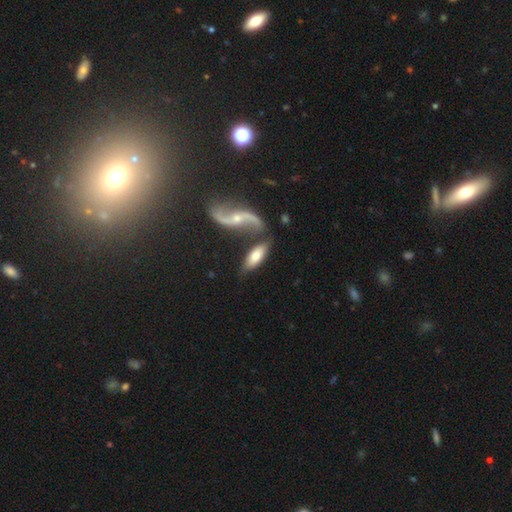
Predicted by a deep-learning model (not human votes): Smooth or featured? Predicted: smooth (p=0.56). How rounded? Predicted: in between (p=0.78). Merging? Predicted: none (p=0.48).